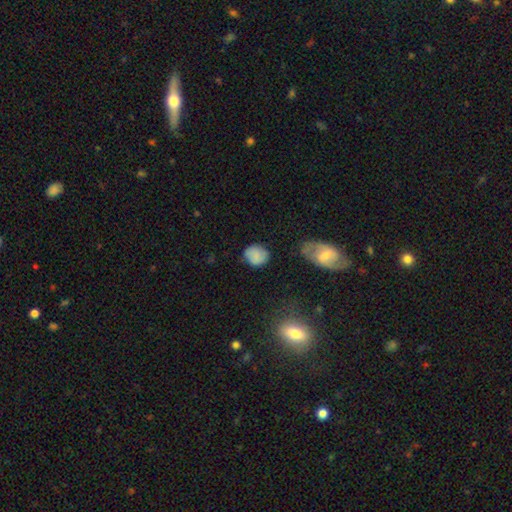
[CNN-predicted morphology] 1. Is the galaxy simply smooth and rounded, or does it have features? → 79% smooth, 12% featured or disk, 9% star or artifact.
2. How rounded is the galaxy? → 72% round, 27% in between, 1% cigar-shaped.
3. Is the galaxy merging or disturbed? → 75% none, 18% minor disturbance, 5% major disturbance, 2% merger.